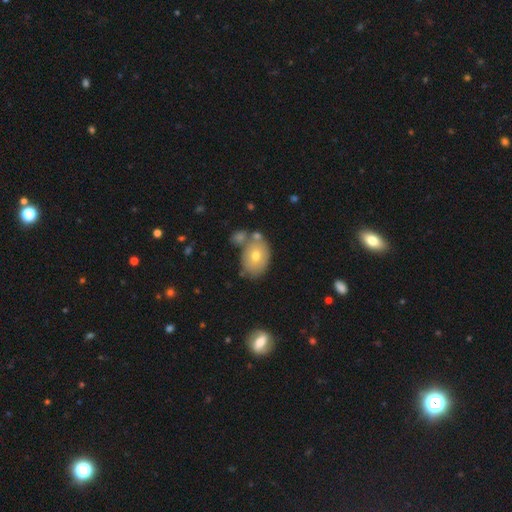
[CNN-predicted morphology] The model was most divided on "merging": none: 57%, merger: 20%, minor disturbance: 18%, major disturbance: 5%. More confident: how rounded — in between (73%); smooth or featured — smooth (65%).